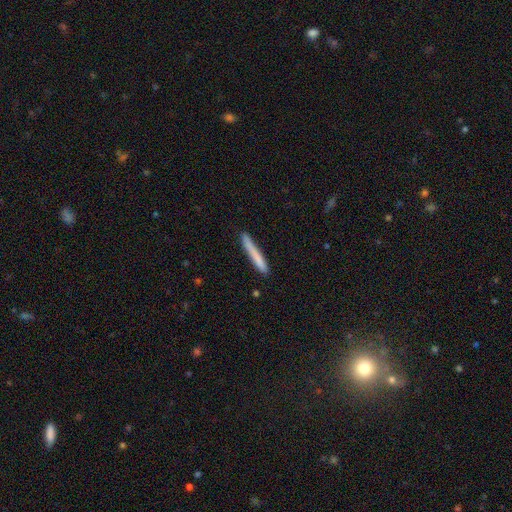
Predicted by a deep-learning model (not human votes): Smooth or featured? Predicted: smooth (p=0.75). How rounded? Predicted: cigar-shaped (p=0.96). Merging? Predicted: none (p=0.84).